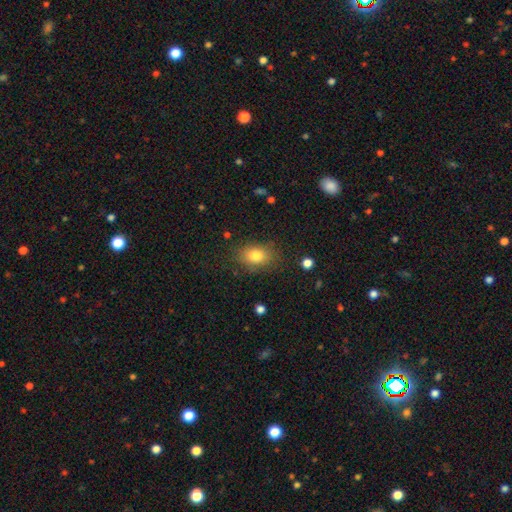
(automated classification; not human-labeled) A smooth galaxy with no disk features (80%) that is in between round and cigar-shaped (74%).

Vote fractions:
- Smooth or featured? smooth: 80% / star or artifact: 10% / featured or disk: 10%
- How rounded? in between: 74% / round: 25% / cigar-shaped: 1%
- Merging? none: 81% / minor disturbance: 13% / major disturbance: 4% / merger: 2%